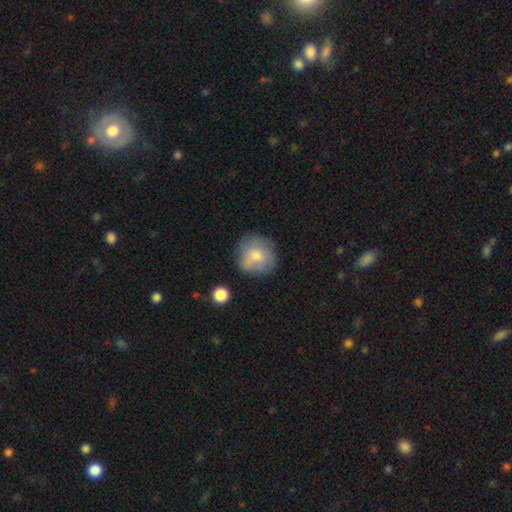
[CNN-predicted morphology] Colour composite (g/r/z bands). It shows a smooth galaxy with no disk features (72%) that is round (89%). Merging: none (68%).